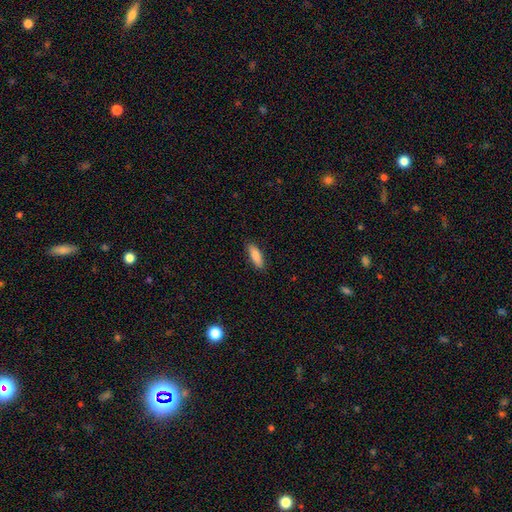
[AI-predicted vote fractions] A smooth galaxy with no disk features (86%) that is in between round and cigar-shaped (56%). Merging: none (86%).